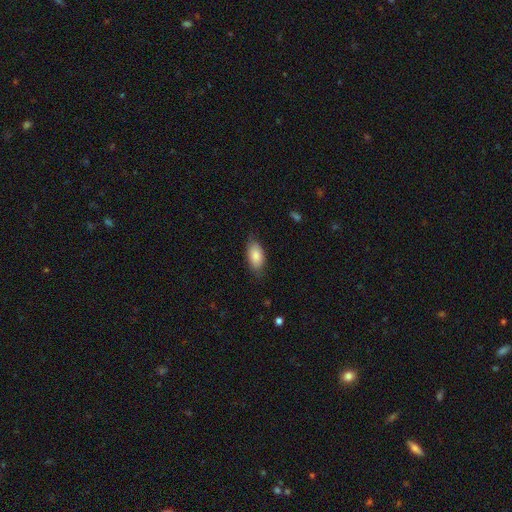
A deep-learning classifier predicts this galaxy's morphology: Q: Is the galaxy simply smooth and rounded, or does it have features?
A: smooth — 85%.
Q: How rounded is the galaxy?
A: in between — 92%.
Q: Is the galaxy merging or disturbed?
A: none — 78%.